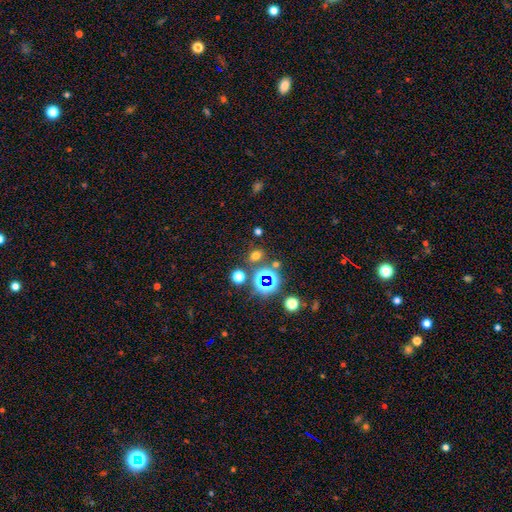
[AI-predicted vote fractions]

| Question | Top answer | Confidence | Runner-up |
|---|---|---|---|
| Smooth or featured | smooth | 58% | star or artifact (35%) |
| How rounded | round | 64% | in between (35%) |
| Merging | none | 79% | minor disturbance (9%) |